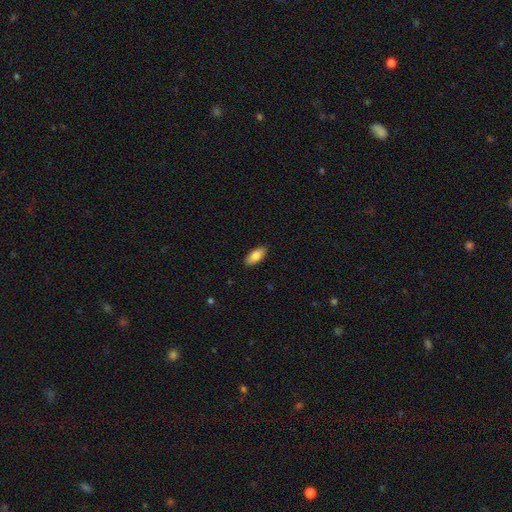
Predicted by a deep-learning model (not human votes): Morphology: type=smooth (84%); roundness=in between (87%); merging=none (89%).